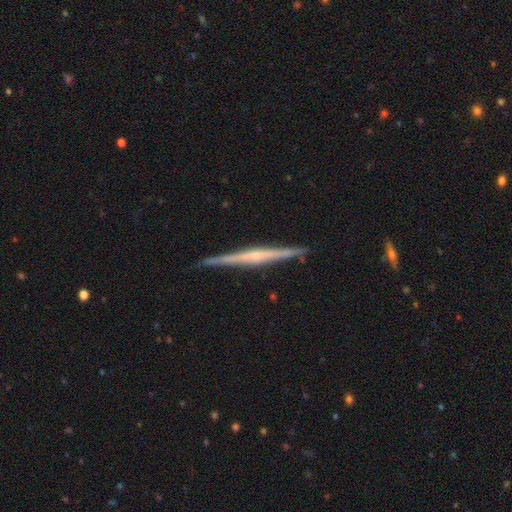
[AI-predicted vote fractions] Q: Smooth or featured?
A: featured or disk (79%); runner-up: smooth (16%)
Q: Edge-on disk?
A: yes (98%); runner-up: no (2%)
Q: Edge-on bulge?
A: rounded (49%); runner-up: none (35%)
Q: Merging?
A: none (90%); runner-up: minor disturbance (7%)